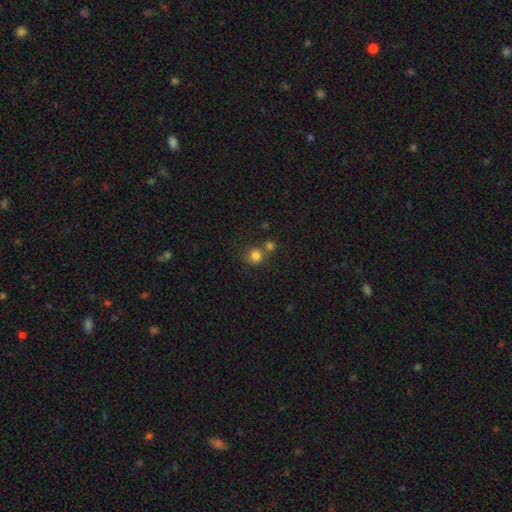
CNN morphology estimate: Smooth or featured? Predicted: smooth (p=0.80). How rounded? Predicted: round (p=0.88). Merging? Predicted: none (p=0.56).